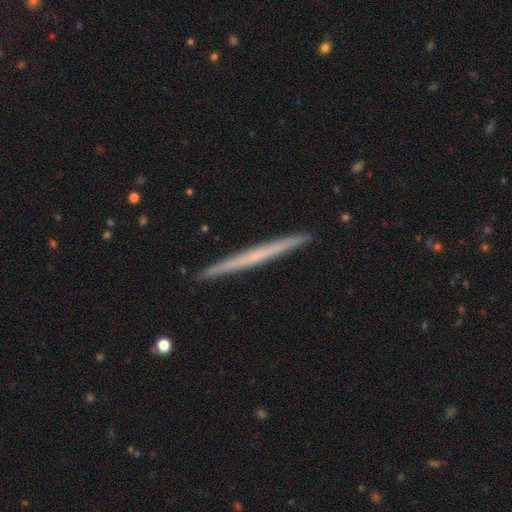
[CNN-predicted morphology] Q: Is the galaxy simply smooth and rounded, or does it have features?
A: featured or disk — 57%.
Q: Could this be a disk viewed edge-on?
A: yes — 98%.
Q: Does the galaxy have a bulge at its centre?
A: none — 86%.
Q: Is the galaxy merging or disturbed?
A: none — 93%.